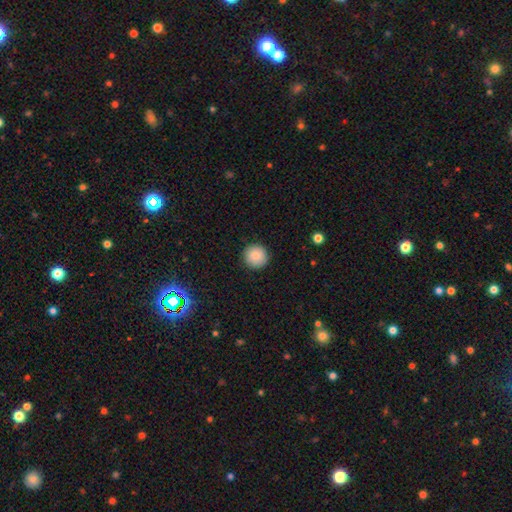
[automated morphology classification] Smooth or featured? Predicted: smooth (p=0.86). How rounded? Predicted: round (p=0.96). Merging? Predicted: none (p=0.91).